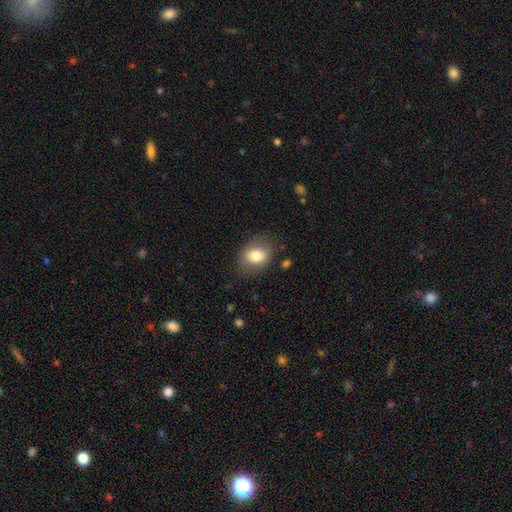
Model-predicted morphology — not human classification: A smooth galaxy with no disk features (76%) that is in between round and cigar-shaped (68%).

Vote fractions:
- Smooth or featured? smooth: 76% / featured or disk: 16% / star or artifact: 8%
- How rounded? in between: 68% / round: 31% / cigar-shaped: 1%
- Merging? none: 76% / minor disturbance: 16% / major disturbance: 6% / merger: 2%